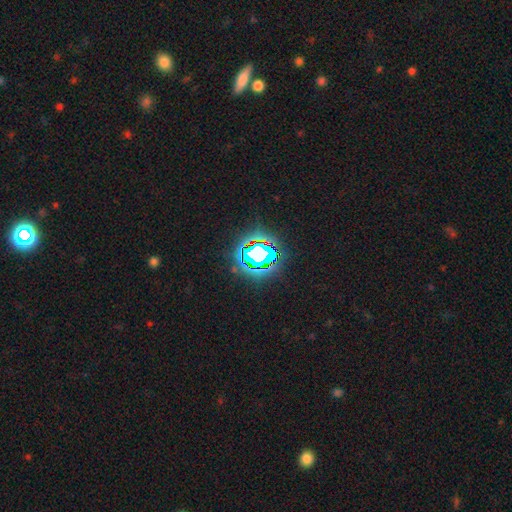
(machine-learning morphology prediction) Q: Smooth or featured?
A: star or artifact (71%); runner-up: smooth (16%)